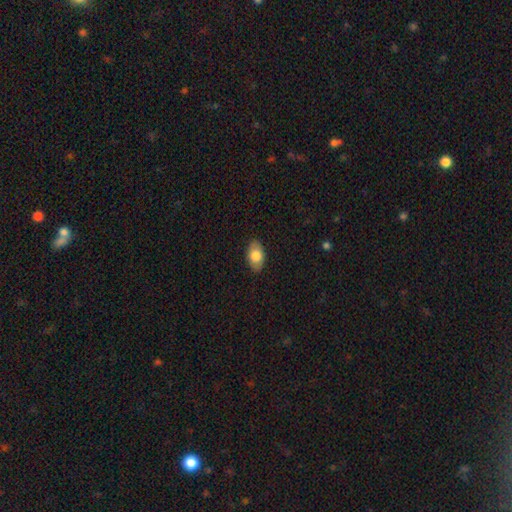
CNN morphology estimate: Smooth or featured? smooth (78%)
How rounded? in between (92%)
Merging? none (87%)